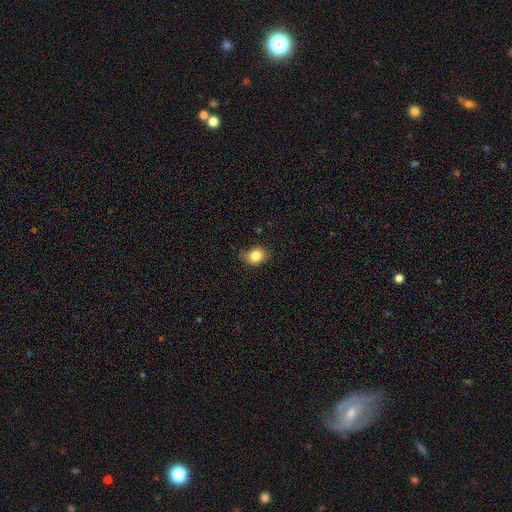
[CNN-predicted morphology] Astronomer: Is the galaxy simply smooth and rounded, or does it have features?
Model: smooth — 83%.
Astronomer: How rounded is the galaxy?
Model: round — 56% (runner-up: in between, 43%).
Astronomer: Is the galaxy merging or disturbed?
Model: none — 68%.